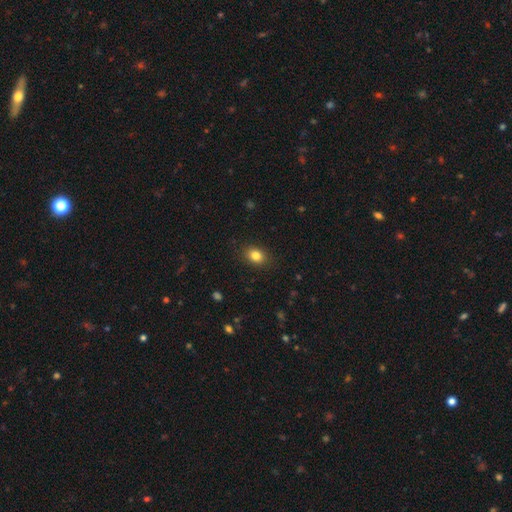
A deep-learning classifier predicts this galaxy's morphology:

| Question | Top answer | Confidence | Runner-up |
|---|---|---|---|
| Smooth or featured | smooth | 83% | star or artifact (10%) |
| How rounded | in between | 63% | round (35%) |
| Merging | none | 88% | minor disturbance (9%) |